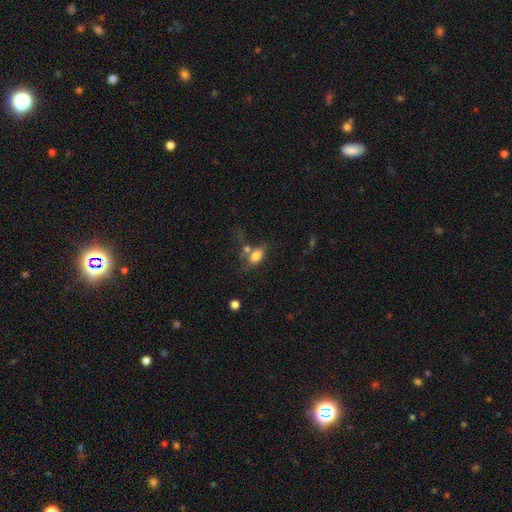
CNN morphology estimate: Smooth or featured: smooth — 77% (featured or disk — 13%)
How rounded: in between — 84% (round — 13%)
Merging: none — 37% (merger — 32%)